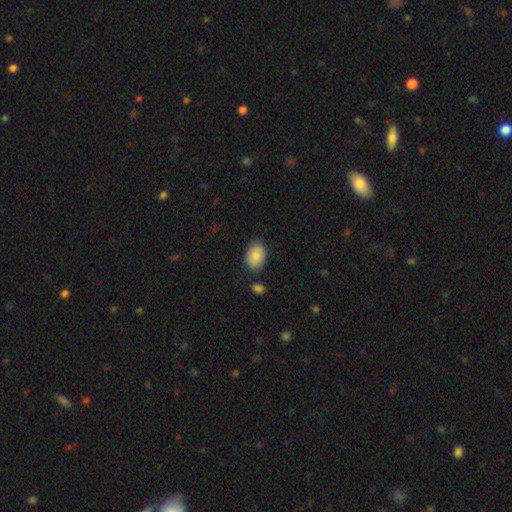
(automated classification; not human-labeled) Smooth or featured: smooth — 87% (star or artifact — 7%)
How rounded: in between — 84% (round — 15%)
Merging: none — 79% (minor disturbance — 14%)